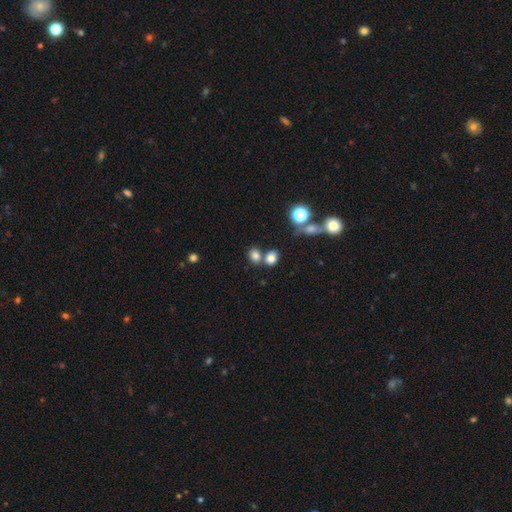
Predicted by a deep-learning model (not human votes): smooth-or-featured: smooth: 77% | star or artifact: 14% | featured or disk: 8%
  how-rounded: in between: 51% | round: 48% | cigar-shaped: 1%
  merging: none: 50% | merger: 36% | minor disturbance: 10% | major disturbance: 4%